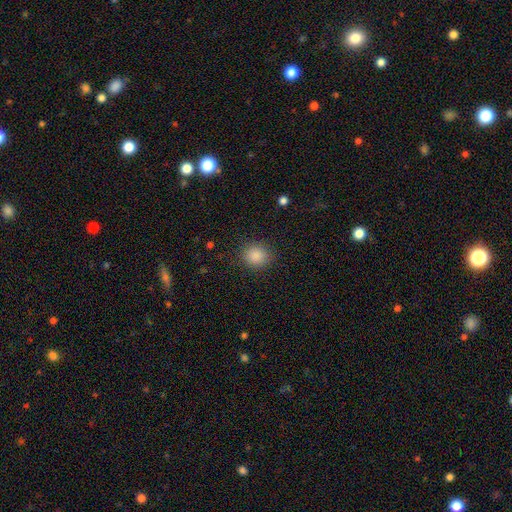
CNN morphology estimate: Smooth or featured: smooth — 87% (star or artifact — 10%)
How rounded: round — 82% (in between — 18%)
Merging: none — 88% (minor disturbance — 8%)